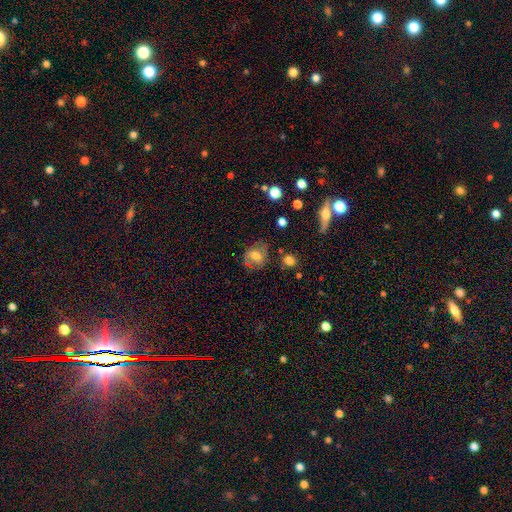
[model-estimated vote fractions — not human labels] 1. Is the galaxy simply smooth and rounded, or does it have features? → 50% smooth, 39% featured or disk, 11% star or artifact.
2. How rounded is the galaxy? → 60% round, 38% in between, 1% cigar-shaped.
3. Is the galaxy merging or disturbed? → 63% none, 23% minor disturbance, 10% major disturbance, 4% merger.